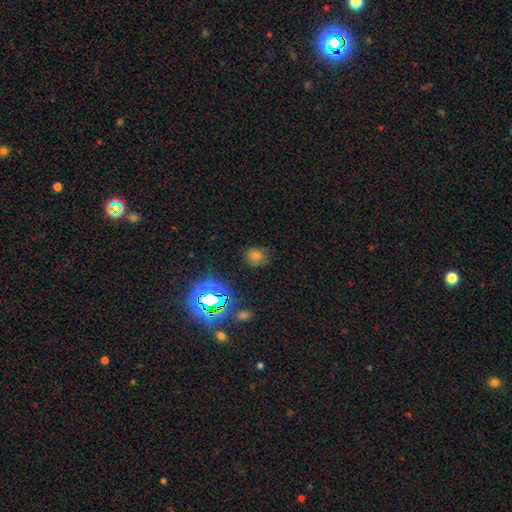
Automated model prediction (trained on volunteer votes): Overall: smooth (50%; star or artifact 42%). Merging: none (83%).